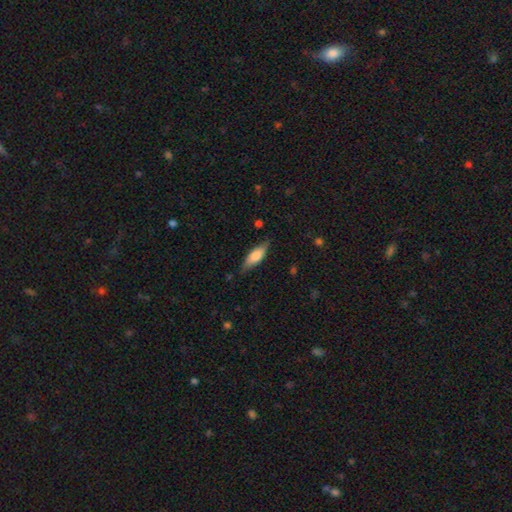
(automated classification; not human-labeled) Smooth or featured?
  - smooth: 69% *
  - featured or disk: 25%
  - star or artifact: 6%
How rounded?
  - in between: 61% *
  - cigar-shaped: 37%
  - round: 2%
Merging?
  - none: 77% *
  - minor disturbance: 18%
  - major disturbance: 4%
  - merger: 1%